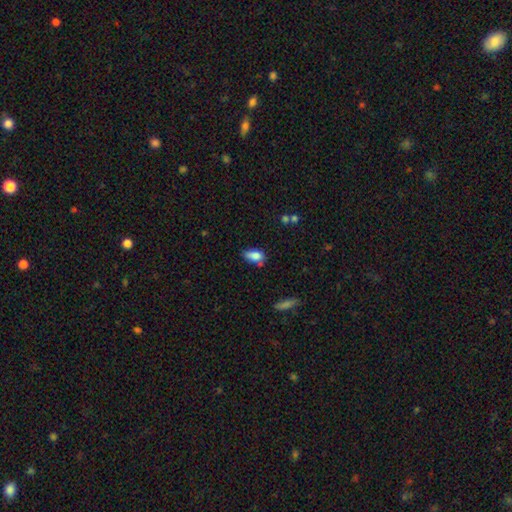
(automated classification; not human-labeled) A smooth galaxy with no disk features (82%) that is in between round and cigar-shaped (87%). Merging: none (51%).